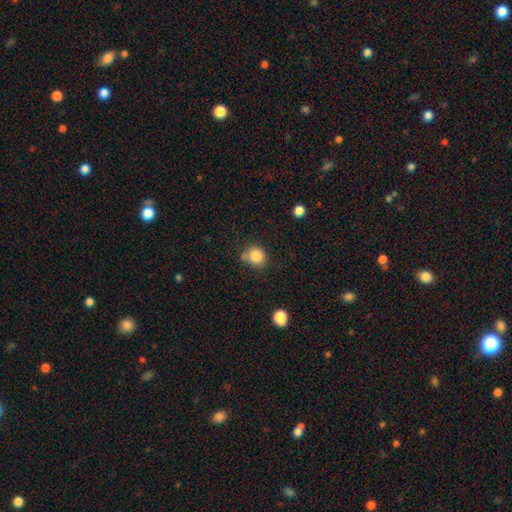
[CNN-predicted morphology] Smooth or featured: smooth — 84% (star or artifact — 10%)
How rounded: round — 74% (in between — 25%)
Merging: none — 59% (minor disturbance — 21%)